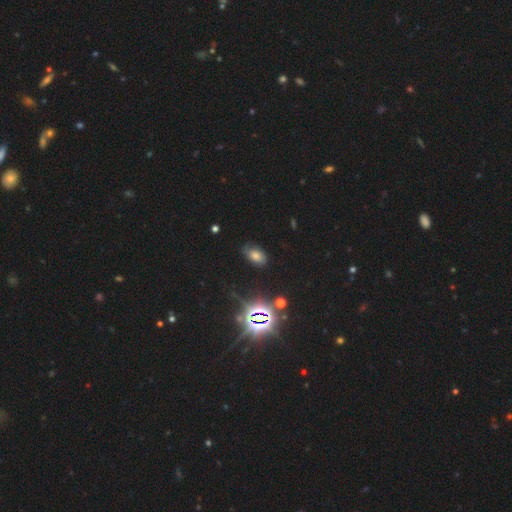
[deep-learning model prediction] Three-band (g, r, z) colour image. It shows a smooth galaxy with no disk features (51%) that is in between round and cigar-shaped (88%). Merging: none (78%).